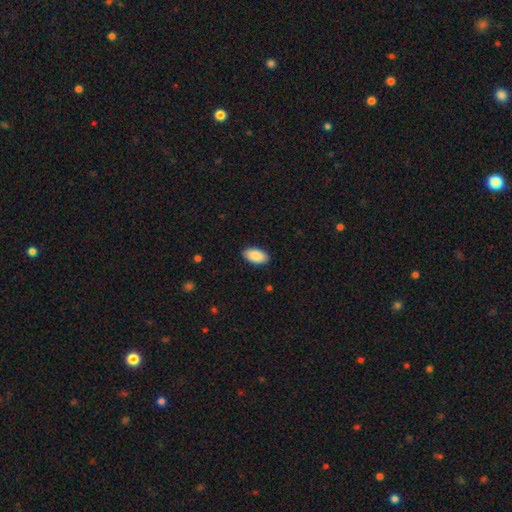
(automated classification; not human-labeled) smooth 90%, star or artifact 6%, featured or disk 4%. Down the decision tree: how rounded — in between (95%); merging — none (89%).